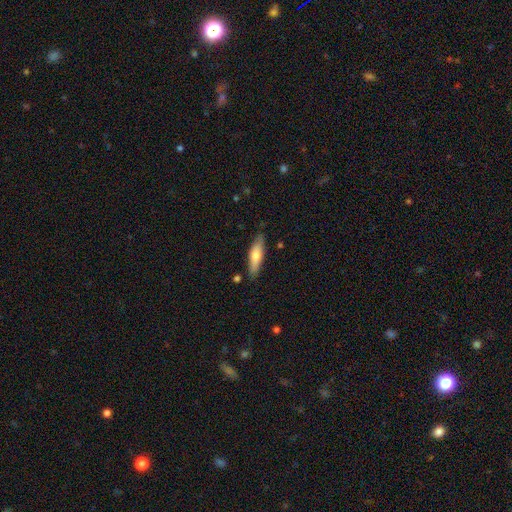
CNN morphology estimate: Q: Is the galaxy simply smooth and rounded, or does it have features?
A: smooth — 62%.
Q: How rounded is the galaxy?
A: cigar-shaped — 60%.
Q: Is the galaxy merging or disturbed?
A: none — 82%.